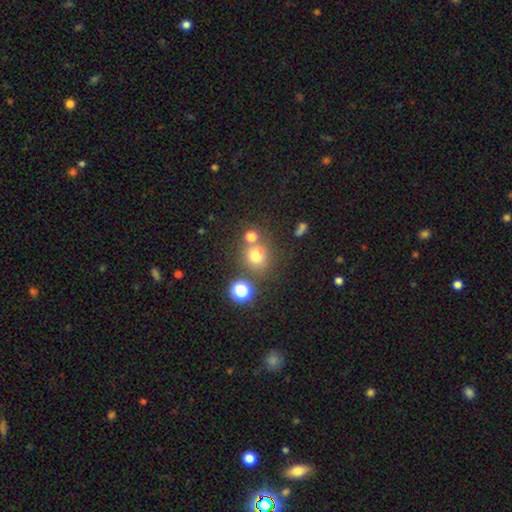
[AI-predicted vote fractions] A smooth galaxy with no disk features (69%) that is round (84%).

Vote fractions:
- Smooth or featured? smooth: 69% / star or artifact: 21% / featured or disk: 10%
- How rounded? round: 84% / in between: 15% / cigar-shaped: 1%
- Merging? none: 63% / merger: 21% / minor disturbance: 11% / major disturbance: 5%